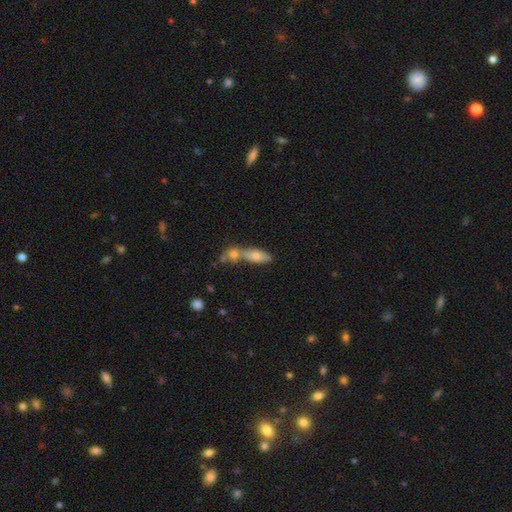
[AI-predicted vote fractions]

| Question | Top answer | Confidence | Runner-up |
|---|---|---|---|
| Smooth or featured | smooth | 65% | featured or disk (24%) |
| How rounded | in between | 62% | cigar-shaped (32%) |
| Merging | merger | 51% | none (36%) |